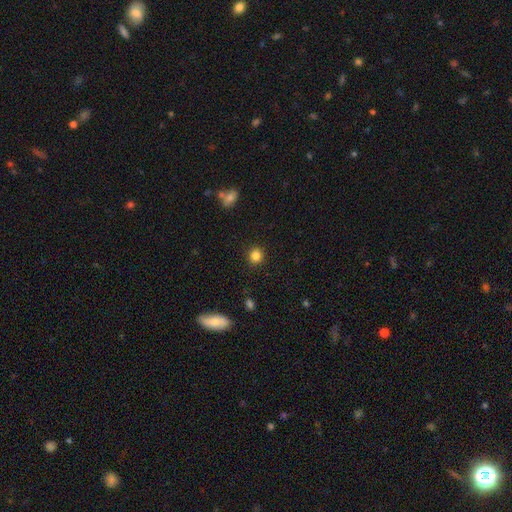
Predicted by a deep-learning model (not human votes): Morphology: type=smooth (84%); roundness=round (90%); merging=none (91%).